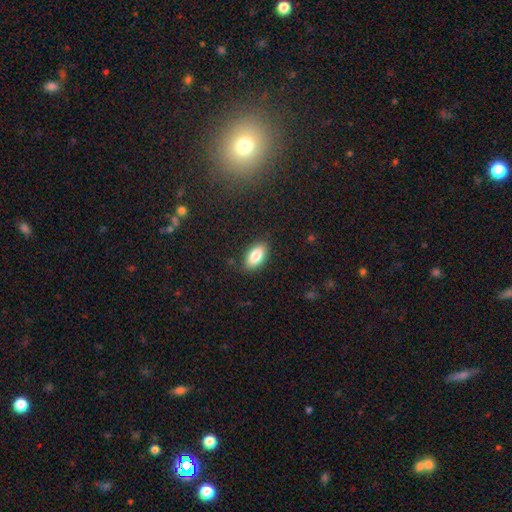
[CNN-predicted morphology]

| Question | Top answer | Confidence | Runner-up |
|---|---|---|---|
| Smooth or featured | smooth | 84% | featured or disk (9%) |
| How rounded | in between | 91% | cigar-shaped (6%) |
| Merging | none | 86% | minor disturbance (10%) |